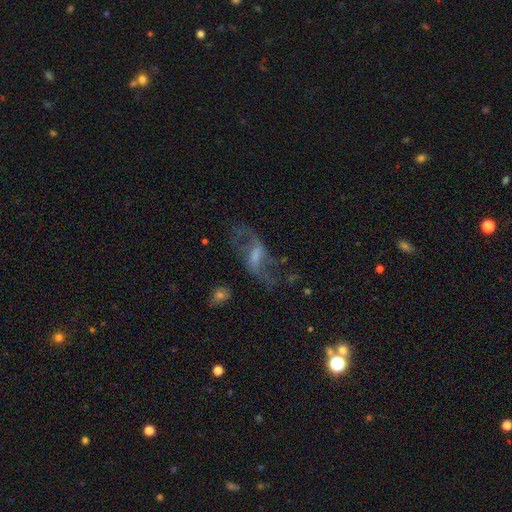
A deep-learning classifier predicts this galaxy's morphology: This appears to be a featured or disk galaxy (73%) with a weak bar (50%), 2 (85%) loose (77%) spiral arms (79%) and a small central bulge (32%). Merging: none (51%).